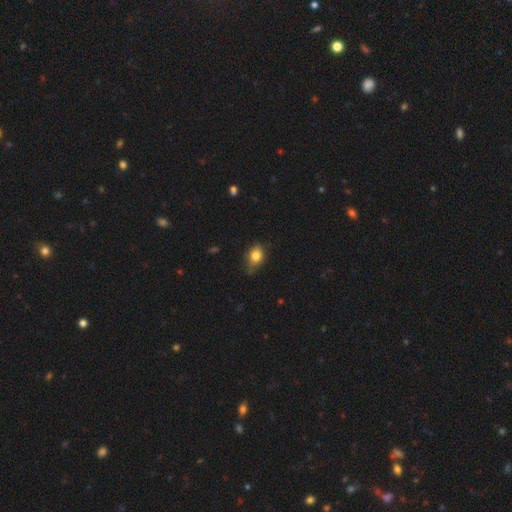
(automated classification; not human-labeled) Smooth or featured? smooth (81%)
How rounded? in between (69%)
Merging? none (59%)